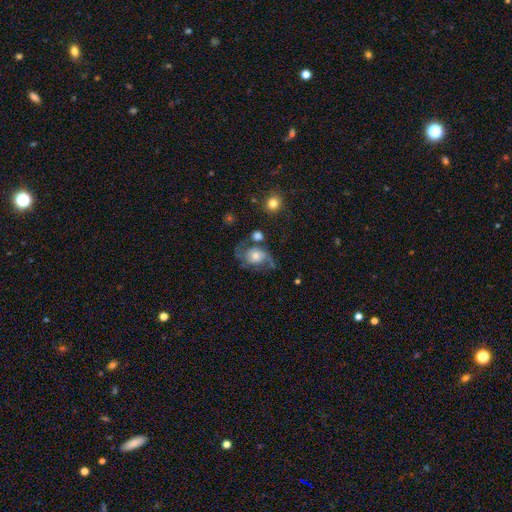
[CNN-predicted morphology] Overall: featured or disk (68%). Edge-on disk: no (97%). Bar: no (73%). Spiral arms: yes (88%). Spiral arm count: 2 (78%). Spiral winding: medium (45%; loose 36%). Bulge size: moderate (52%; small 27%). Merging: none (49%; minor disturbance 22%).